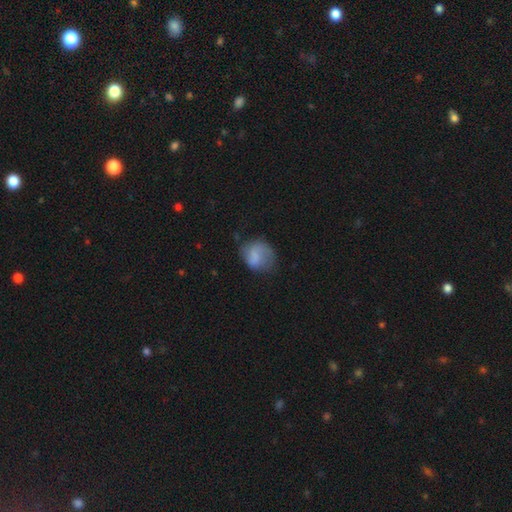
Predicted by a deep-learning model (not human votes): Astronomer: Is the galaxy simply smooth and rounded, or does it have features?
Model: smooth — 63%.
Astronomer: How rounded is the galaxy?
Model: round — 61% (runner-up: in between, 38%).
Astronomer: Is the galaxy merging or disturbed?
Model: none — 48% (runner-up: minor disturbance, 30%).